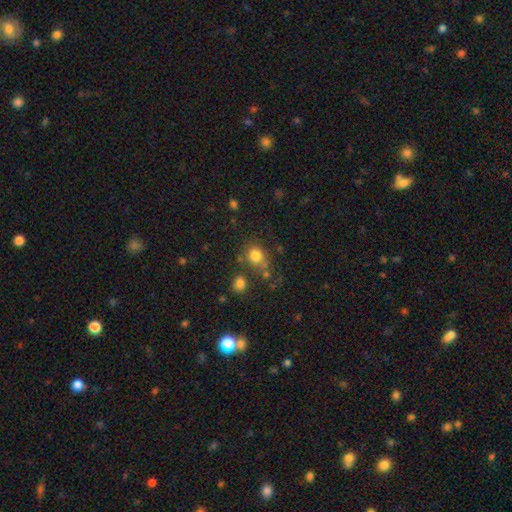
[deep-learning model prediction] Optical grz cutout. It shows a smooth galaxy with no disk features (80%) that is round (76%). Merging: none (64%).